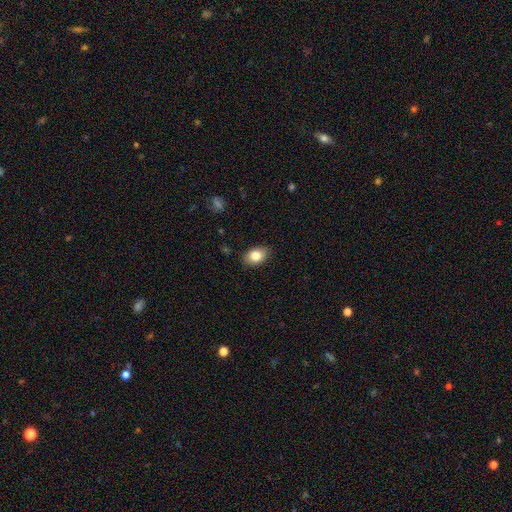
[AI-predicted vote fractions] A smooth galaxy with no disk features (83%) that is in between round and cigar-shaped (82%).

Vote fractions:
- Smooth or featured? smooth: 83% / featured or disk: 9% / star or artifact: 8%
- How rounded? in between: 82% / round: 17% / cigar-shaped: 1%
- Merging? none: 86% / minor disturbance: 11% / major disturbance: 2% / merger: 1%